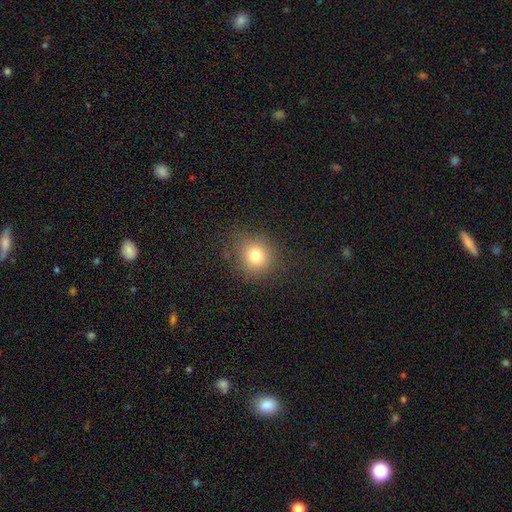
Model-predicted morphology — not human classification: type=smooth (77%); roundness=round (85%); merging=none (84%).